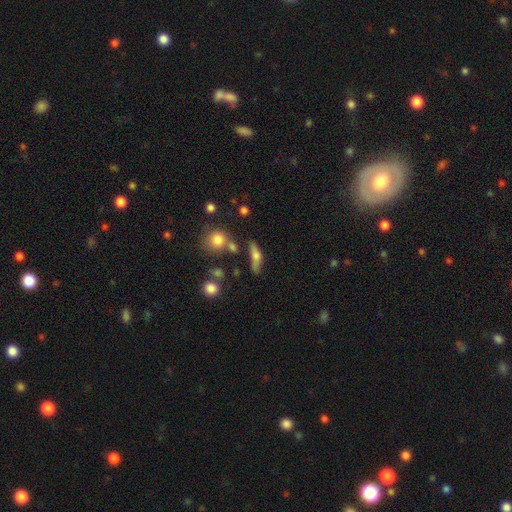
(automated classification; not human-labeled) smooth-or-featured: smooth: 54% | featured or disk: 36% | star or artifact: 10%
  how-rounded: cigar-shaped: 50% | in between: 40% | round: 10%
  merging: none: 63% | minor disturbance: 18% | merger: 12% | major disturbance: 7%